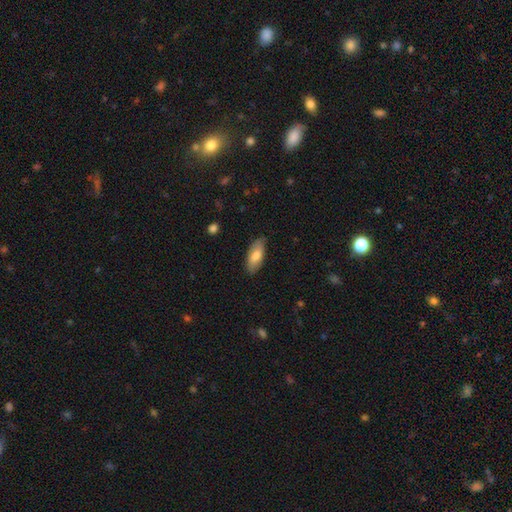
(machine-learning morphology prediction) Smooth or featured? Predicted: smooth (p=0.77). How rounded? Predicted: in between (p=0.83). Merging? Predicted: none (p=0.83).